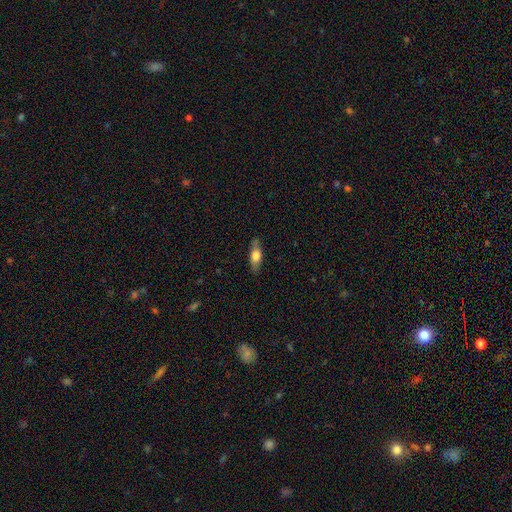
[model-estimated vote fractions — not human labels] Smooth or featured? smooth (58%)
How rounded? in between (55%)
Merging? none (82%)